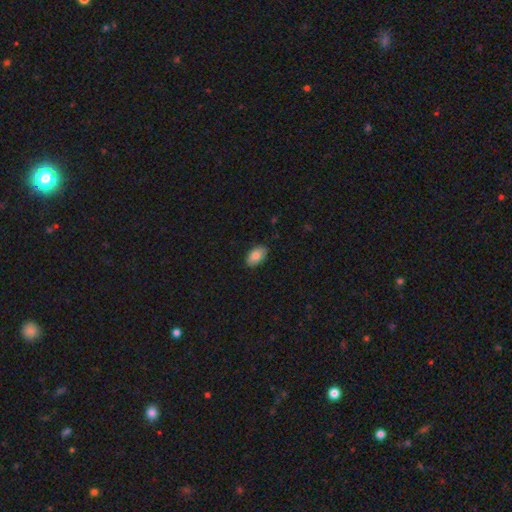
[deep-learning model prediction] Smooth or featured? Predicted: smooth (p=0.85). How rounded? Predicted: in between (p=0.93). Merging? Predicted: none (p=0.87).